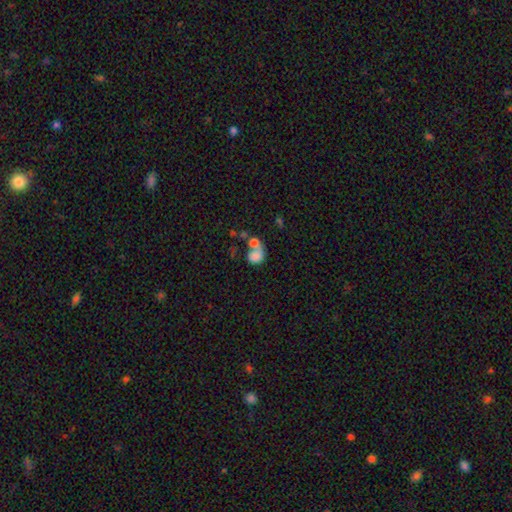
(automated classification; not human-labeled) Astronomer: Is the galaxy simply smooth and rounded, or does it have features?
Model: smooth — 72%.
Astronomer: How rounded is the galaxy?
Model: round — 53% (runner-up: in between, 46%).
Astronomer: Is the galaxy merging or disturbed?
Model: merger — 59%.